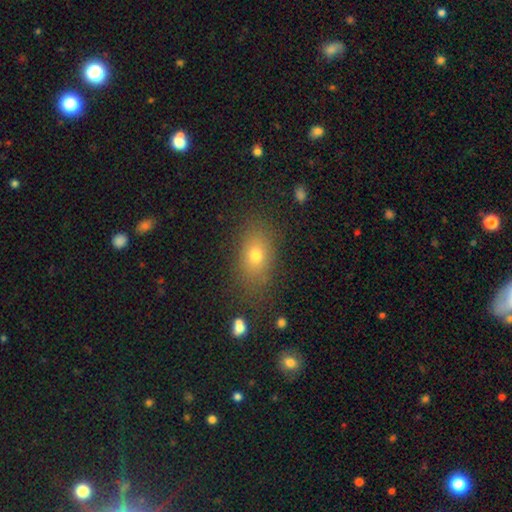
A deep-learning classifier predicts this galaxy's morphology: The model was most divided on "smooth or featured": smooth: 71%, star or artifact: 15%, featured or disk: 14%. More confident: merging — none (81%); how rounded — in between (76%).